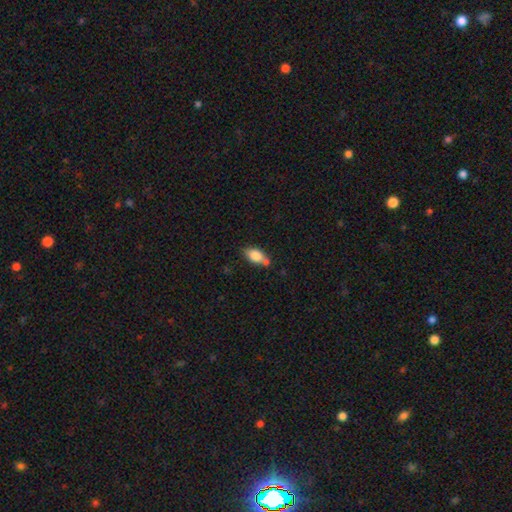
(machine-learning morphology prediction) Smooth or featured? smooth (80%)
How rounded? in between (86%)
Merging? none (54%)